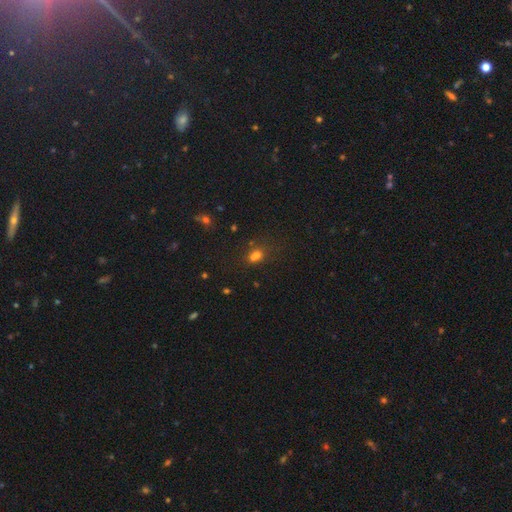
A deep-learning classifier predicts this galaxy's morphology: smooth-or-featured: smooth: 64% | star or artifact: 23% | featured or disk: 13%
  how-rounded: round: 54% | in between: 44% | cigar-shaped: 2%
  merging: merger: 44% | none: 38% | minor disturbance: 11% | major disturbance: 6%